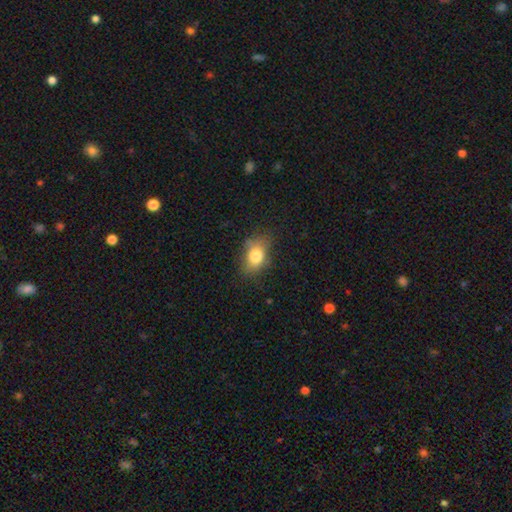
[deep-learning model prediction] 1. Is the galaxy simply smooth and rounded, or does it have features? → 79% smooth, 12% featured or disk, 9% star or artifact.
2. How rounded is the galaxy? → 78% in between, 20% round, 2% cigar-shaped.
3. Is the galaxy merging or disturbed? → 66% none, 24% minor disturbance, 7% major disturbance, 2% merger.